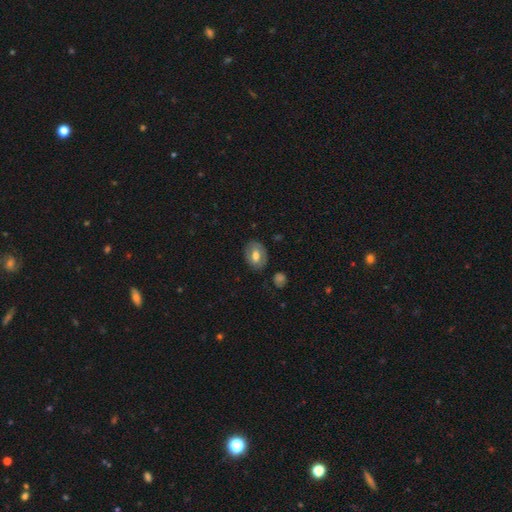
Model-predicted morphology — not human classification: Smooth or featured: smooth — 57% (featured or disk — 36%)
How rounded: in between — 71% (round — 27%)
Merging: none — 79% (minor disturbance — 15%)